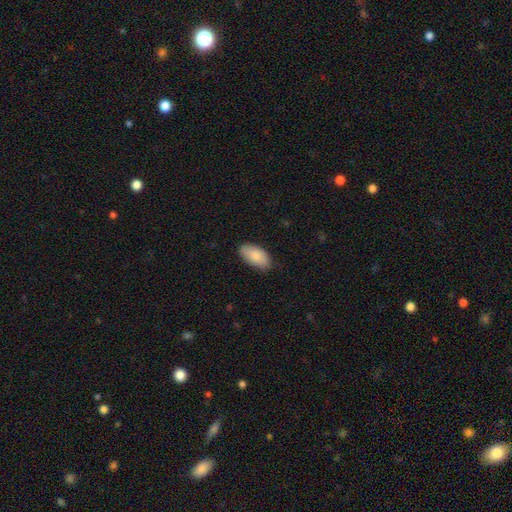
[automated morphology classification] This appears to be a smooth galaxy with no disk features (84%) that is in between round and cigar-shaped (95%). Merging: none (80%).